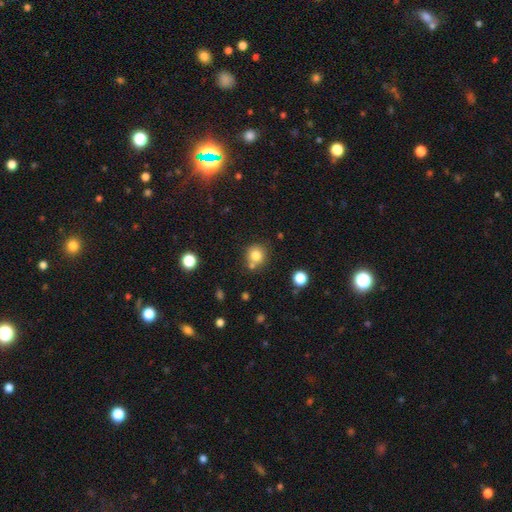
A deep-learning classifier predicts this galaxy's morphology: Smooth or featured? smooth (80%)
How rounded? round (90%)
Merging? none (67%)